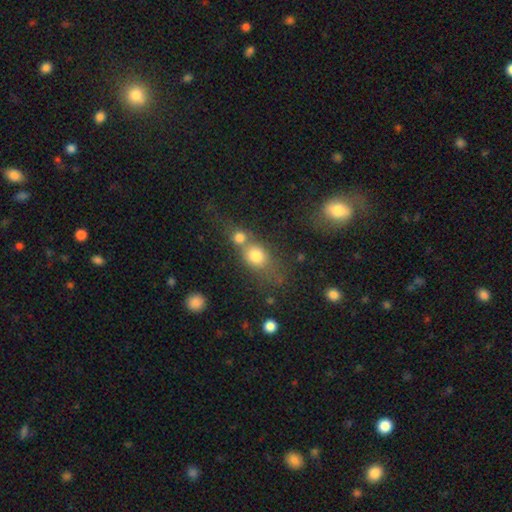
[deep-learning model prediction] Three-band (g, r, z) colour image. It shows a smooth galaxy with no disk features (75%) that is round (60%). Merging: merger (57%).